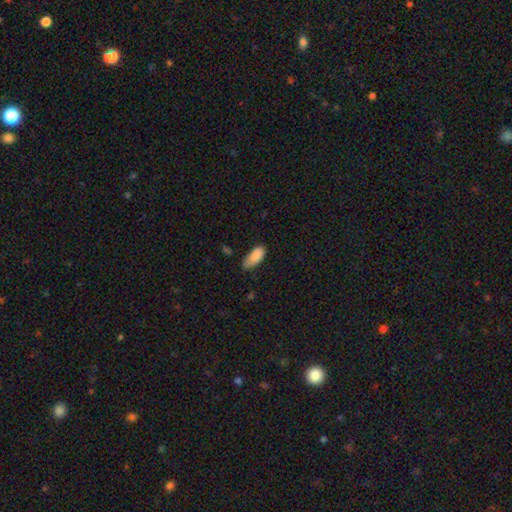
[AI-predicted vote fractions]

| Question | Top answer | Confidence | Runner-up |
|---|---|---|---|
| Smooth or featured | smooth | 86% | star or artifact (7%) |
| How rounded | in between | 85% | cigar-shaped (13%) |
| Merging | none | 55% | minor disturbance (36%) |